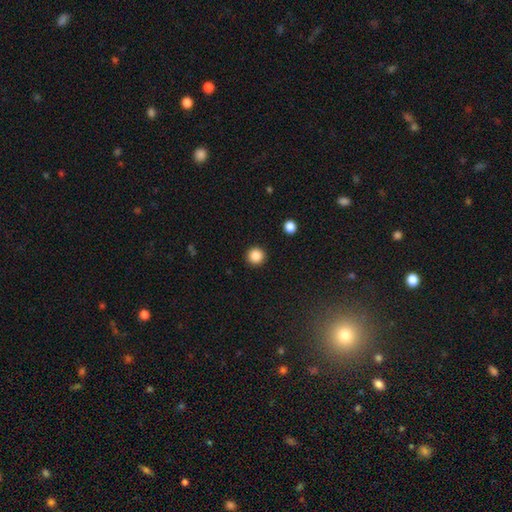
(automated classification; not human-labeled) The model was most divided on "smooth or featured": smooth: 87%, star or artifact: 10%, featured or disk: 3%. More confident: how rounded — round (95%); merging — none (93%).